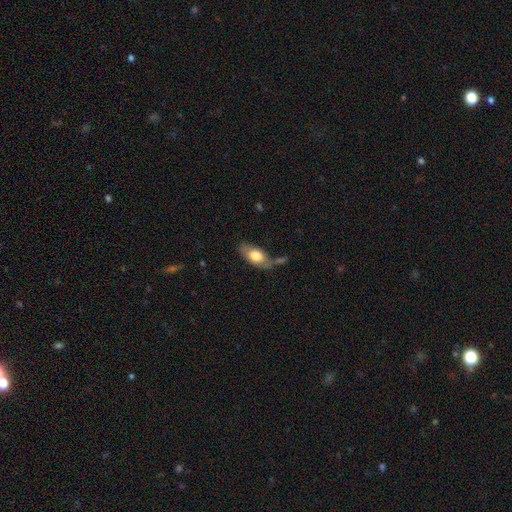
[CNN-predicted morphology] type=smooth (68%); roundness=in between (89%); merging=none (48%).